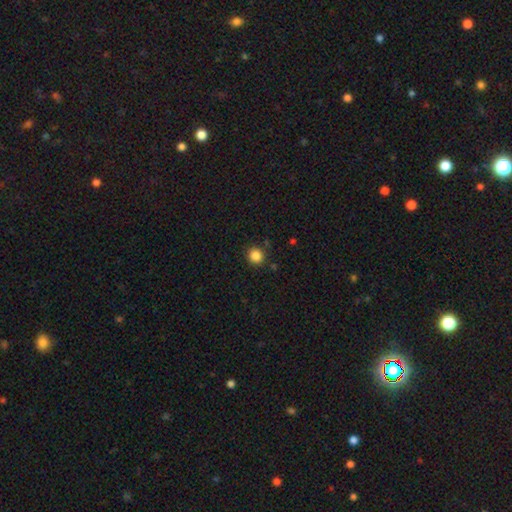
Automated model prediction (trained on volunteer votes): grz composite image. It shows a smooth galaxy with no disk features (85%) that is round (92%). Merging: none (89%).